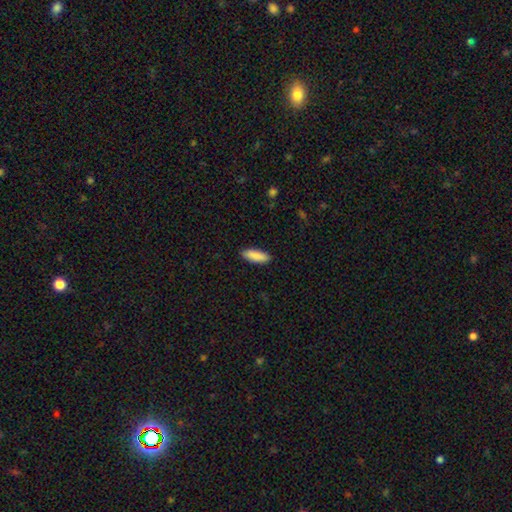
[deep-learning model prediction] Smooth or featured? smooth (90%)
How rounded? in between (60%)
Merging? none (90%)